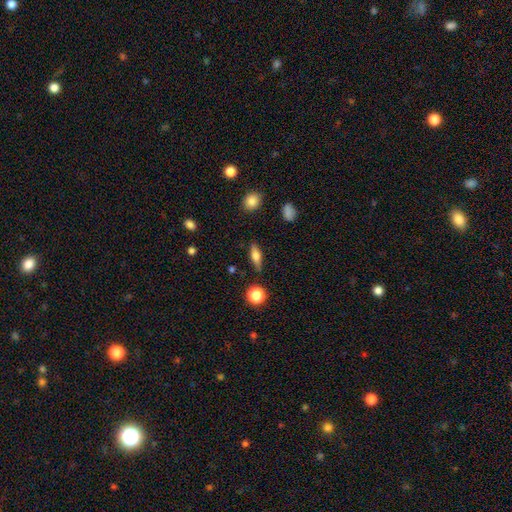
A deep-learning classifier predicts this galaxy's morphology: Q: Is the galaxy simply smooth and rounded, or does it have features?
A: smooth — 56%.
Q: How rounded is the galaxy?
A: in between — 52%.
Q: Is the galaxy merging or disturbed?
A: none — 84%.